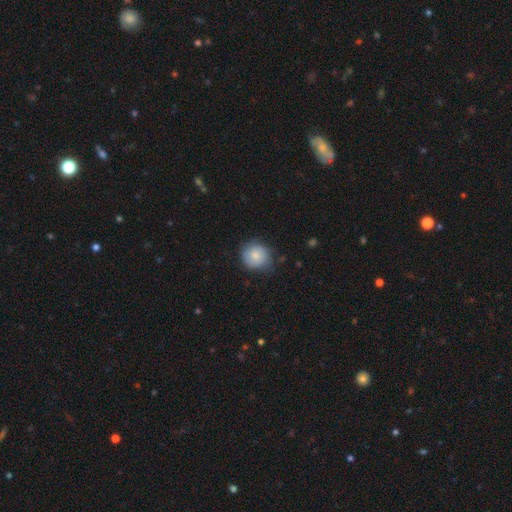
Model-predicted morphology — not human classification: Smooth or featured? Predicted: smooth (p=0.81). How rounded? Predicted: round (p=0.87). Merging? Predicted: none (p=0.70).